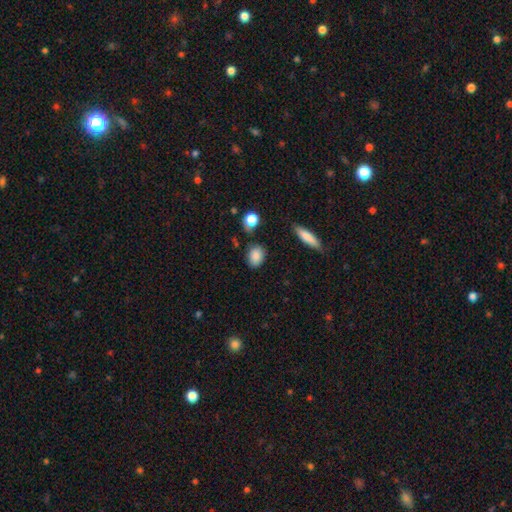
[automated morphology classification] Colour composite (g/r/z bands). It shows a smooth galaxy with no disk features (87%) that is in between round and cigar-shaped (66%). Merging: none (75%).